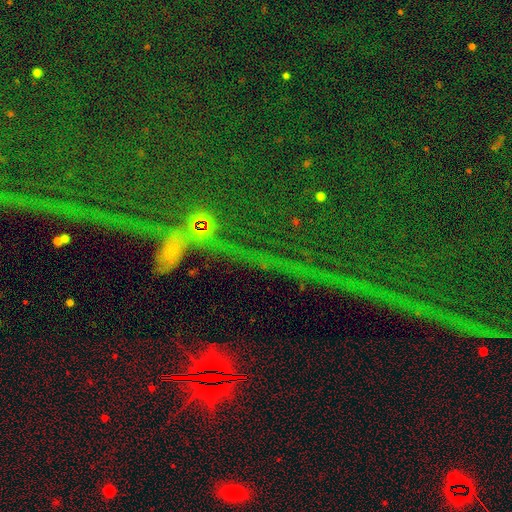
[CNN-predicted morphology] This appears to be a star or artifact, not a galaxy (79%).